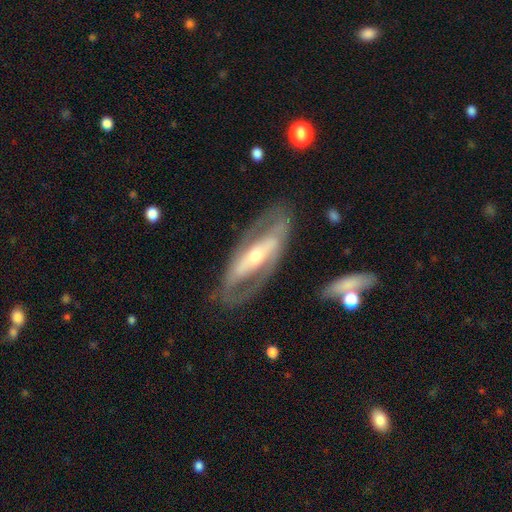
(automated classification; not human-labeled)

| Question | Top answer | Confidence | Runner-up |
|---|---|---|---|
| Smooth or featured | featured or disk | 82% | smooth (13%) |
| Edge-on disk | no | 86% | yes (14%) |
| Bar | strong | 62% | weak (21%) |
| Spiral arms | yes | 73% | no (27%) |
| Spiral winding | medium | 42% | tight (38%) |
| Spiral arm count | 2 | 82% | can't tell (11%) |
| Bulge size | moderate | 50% | small (41%) |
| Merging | none | 78% | minor disturbance (13%) |